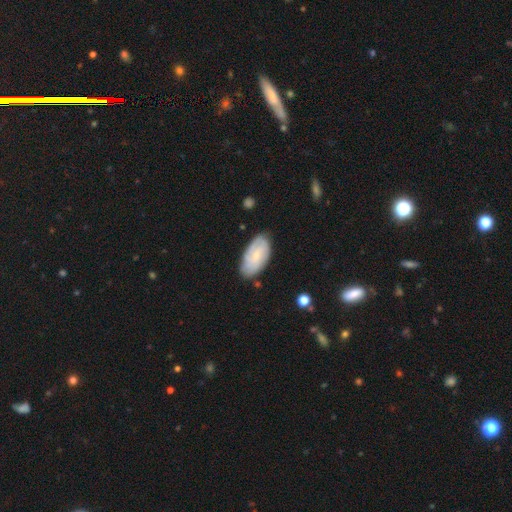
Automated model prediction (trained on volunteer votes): A featured or disk galaxy (53%). Merging: none (75%).